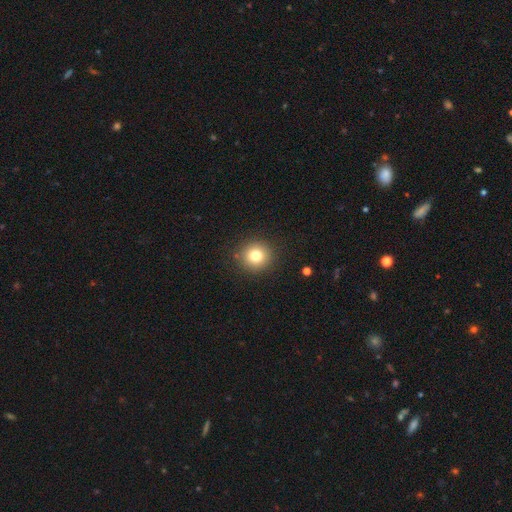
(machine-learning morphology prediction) This is likely a smooth galaxy (79%). How rounded: clearly round (92%). Merging: clearly none (90%).